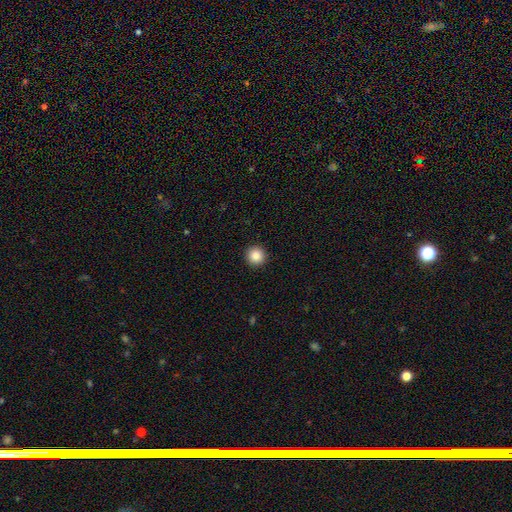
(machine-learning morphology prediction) Smooth or featured?
  - smooth: 86% *
  - star or artifact: 9%
  - featured or disk: 4%
How rounded?
  - round: 96% *
  - in between: 3%
  - cigar-shaped: 1%
Merging?
  - none: 94% *
  - minor disturbance: 4%
  - major disturbance: 1%
  - merger: 1%